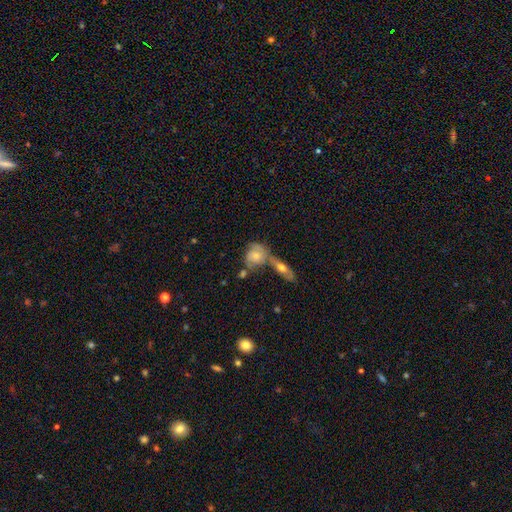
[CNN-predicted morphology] A featured or disk galaxy (52%).

Vote fractions:
- Smooth or featured? featured or disk: 52% / smooth: 41% / star or artifact: 7%
- Edge-on disk? no: 90% / yes: 10%
- Merging? merger: 41% / none: 36% / minor disturbance: 15% / major disturbance: 8%